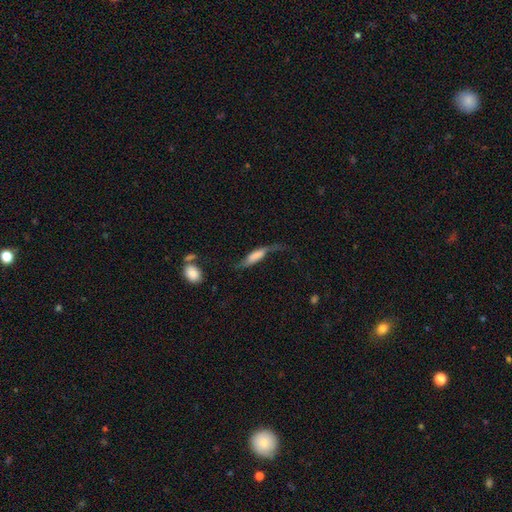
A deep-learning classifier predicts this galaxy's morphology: featured or disk 54%, smooth 38%, star or artifact 8%. Down the decision tree: edge-on disk — no (61%); merging — none (42%).